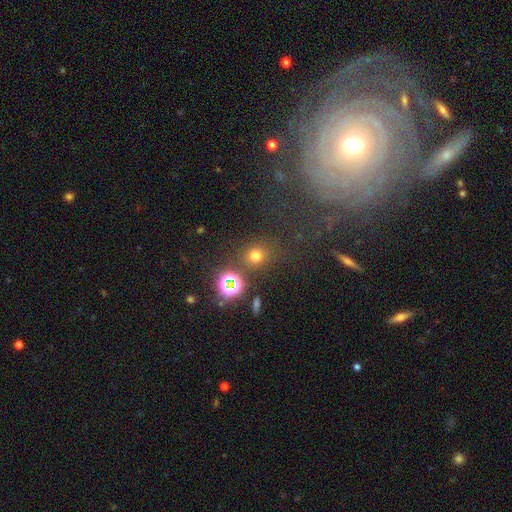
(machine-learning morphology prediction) Smooth or featured? smooth (66%)
How rounded? round (82%)
Merging? none (78%)